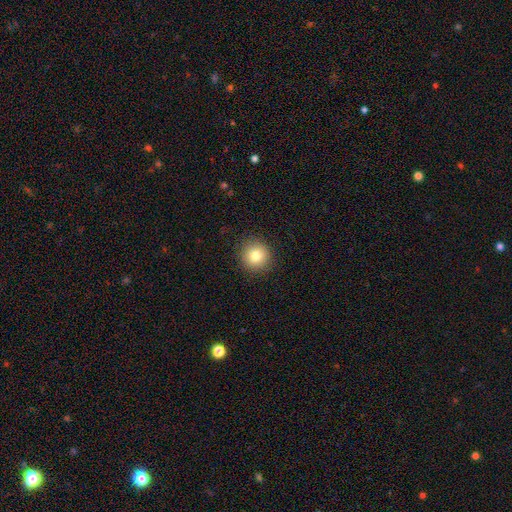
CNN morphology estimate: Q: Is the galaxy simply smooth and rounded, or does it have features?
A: smooth — 81%.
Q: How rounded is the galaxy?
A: round — 94%.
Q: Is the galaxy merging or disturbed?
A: none — 91%.